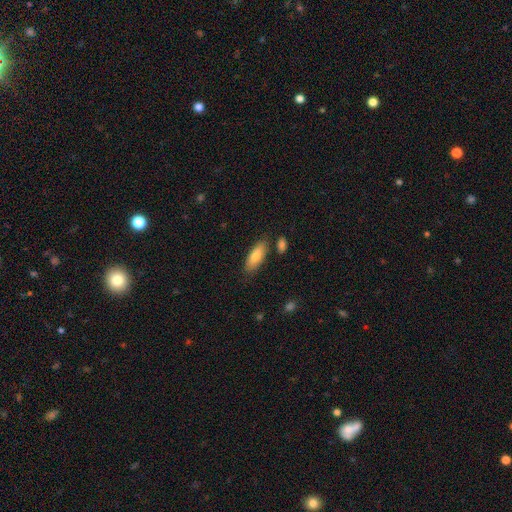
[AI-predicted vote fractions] The model was most divided on "how rounded": in between: 63%, cigar-shaped: 35%, round: 2%. More confident: merging — none (80%); smooth or featured — smooth (79%).